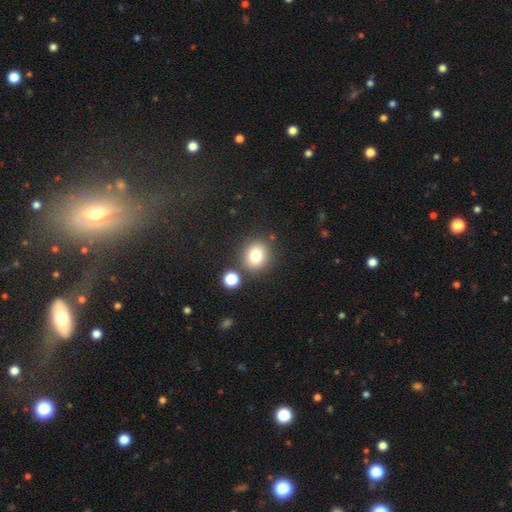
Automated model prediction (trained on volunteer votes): Overall: smooth (80%). How rounded: round (77%). Merging: none (79%).